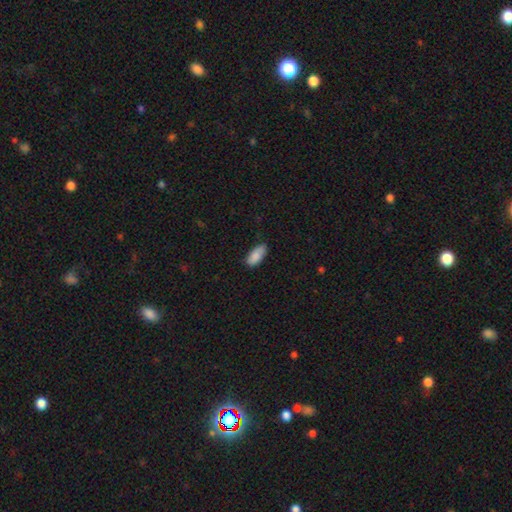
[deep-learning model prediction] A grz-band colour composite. It shows a smooth galaxy with no disk features (87%) that is in between round and cigar-shaped (87%). Merging: none (76%).